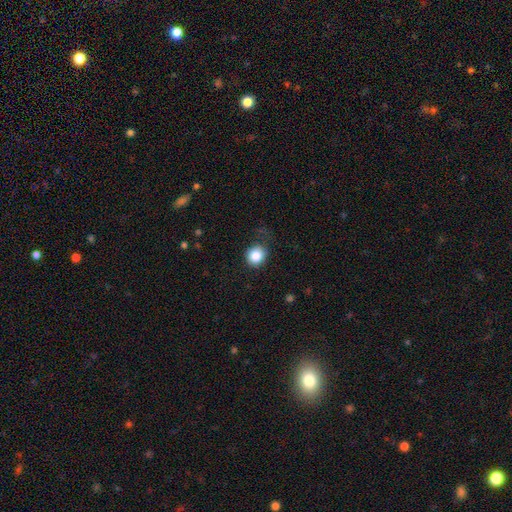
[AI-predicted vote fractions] smooth_or_featured: smooth (p=0.85) [alt: star or artifact p=0.10]
how_rounded: round (p=0.84) [alt: in between p=0.15]
merging: none (p=0.71) [alt: minor disturbance p=0.18]